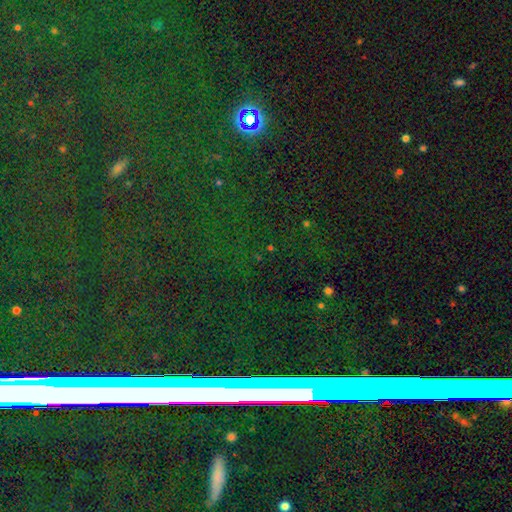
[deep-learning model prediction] A star or artifact, not a galaxy (79%).